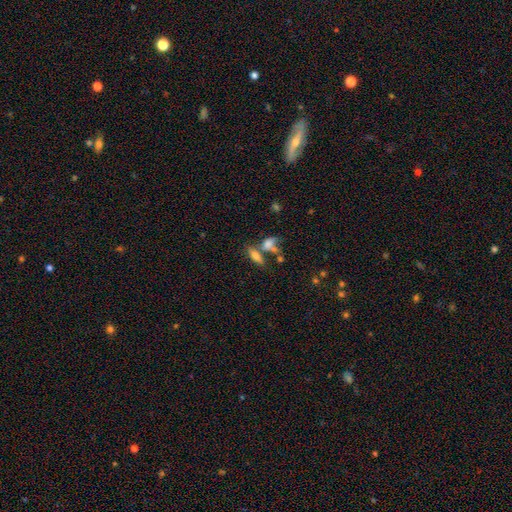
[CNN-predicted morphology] smooth 63%, featured or disk 27%, star or artifact 10%. Down the decision tree: how rounded — in between (58%); merging — none (50%).